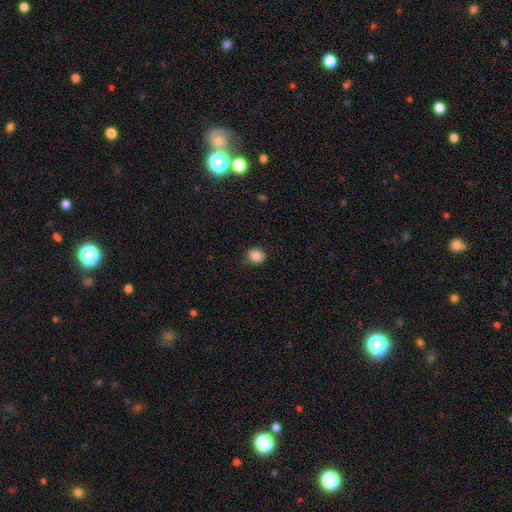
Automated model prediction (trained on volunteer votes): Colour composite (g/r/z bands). It shows a smooth galaxy with no disk features (86%) that is round (73%). Merging: none (81%).